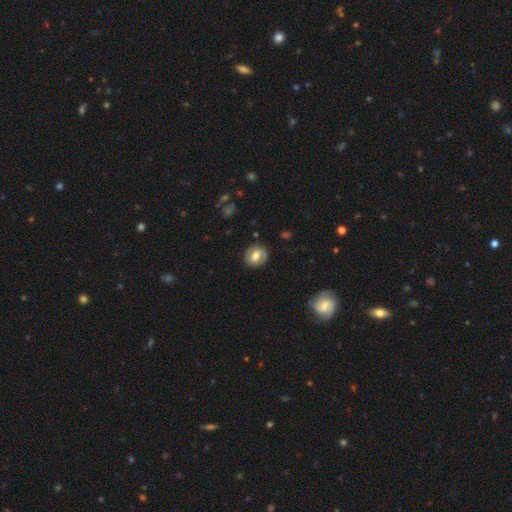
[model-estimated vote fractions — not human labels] smooth 52%, featured or disk 40%, star or artifact 8%. Down the decision tree: how rounded — round (75%); merging — none (83%).